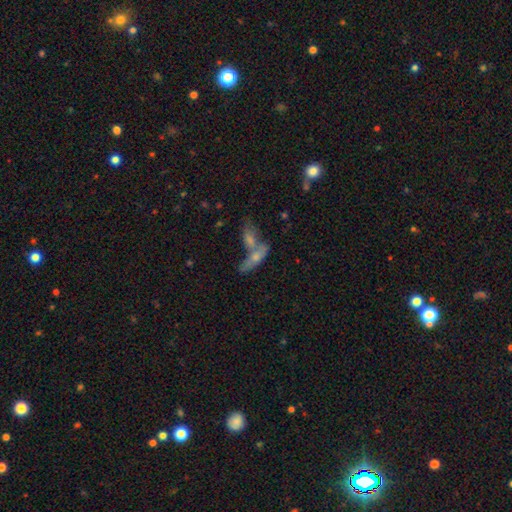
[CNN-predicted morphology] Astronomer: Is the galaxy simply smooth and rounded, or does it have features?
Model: smooth — 57% (runner-up: featured or disk, 33%).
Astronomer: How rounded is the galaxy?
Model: in between — 50% (runner-up: cigar-shaped, 46%).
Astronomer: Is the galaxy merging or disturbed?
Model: merger — 58%.